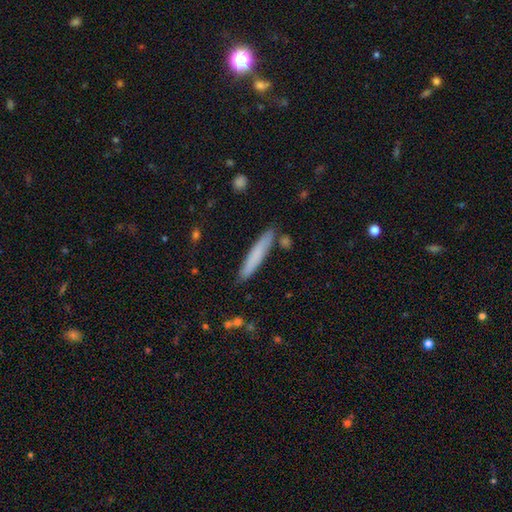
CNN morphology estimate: smooth-or-featured: smooth: 74% | featured or disk: 20% | star or artifact: 6%
  how-rounded: cigar-shaped: 93% | in between: 5% | round: 1%
  merging: none: 85% | minor disturbance: 10% | merger: 3% | major disturbance: 2%